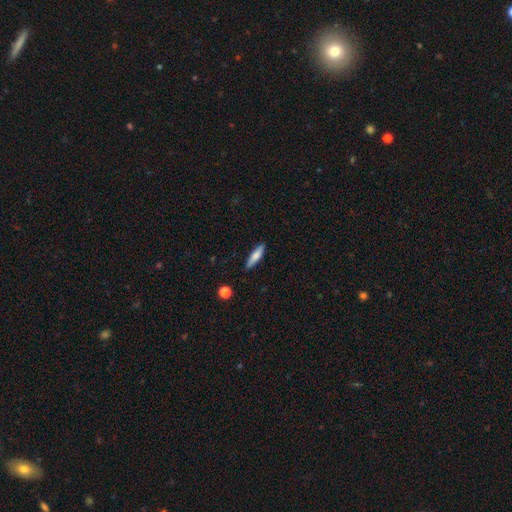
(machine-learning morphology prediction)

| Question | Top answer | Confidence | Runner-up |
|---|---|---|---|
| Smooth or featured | smooth | 72% | featured or disk (22%) |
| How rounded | cigar-shaped | 77% | in between (21%) |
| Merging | none | 87% | minor disturbance (10%) |